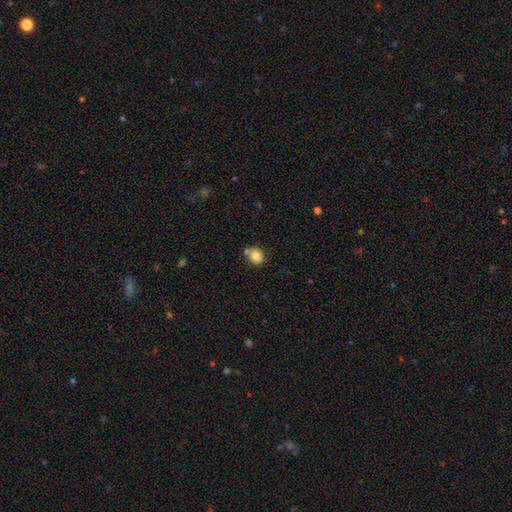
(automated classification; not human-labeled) Smooth or featured: smooth — 82% (star or artifact — 10%)
How rounded: round — 67% (in between — 32%)
Merging: none — 63% (merger — 20%)